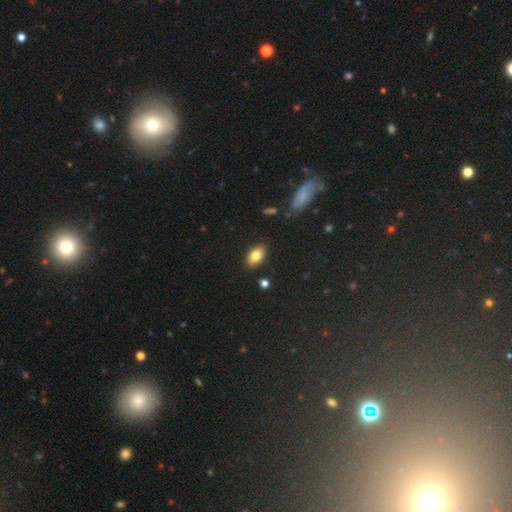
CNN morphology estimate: A smooth galaxy with no disk features (80%) that is in between round and cigar-shaped (89%). Merging: none (86%).